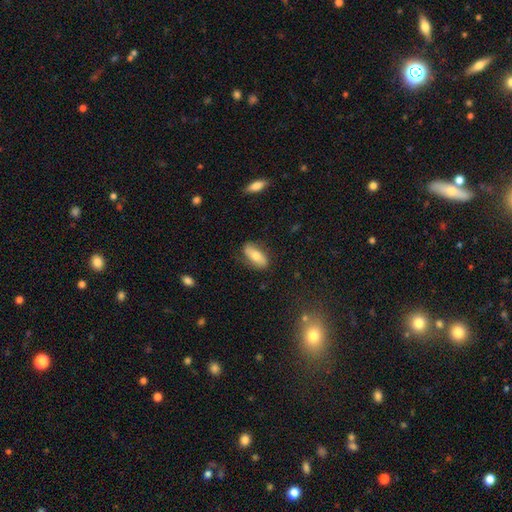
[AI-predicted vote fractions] Q: Smooth or featured?
A: smooth (66%); runner-up: featured or disk (27%)
Q: How rounded?
A: in between (80%); runner-up: cigar-shaped (17%)
Q: Merging?
A: none (78%); runner-up: minor disturbance (16%)